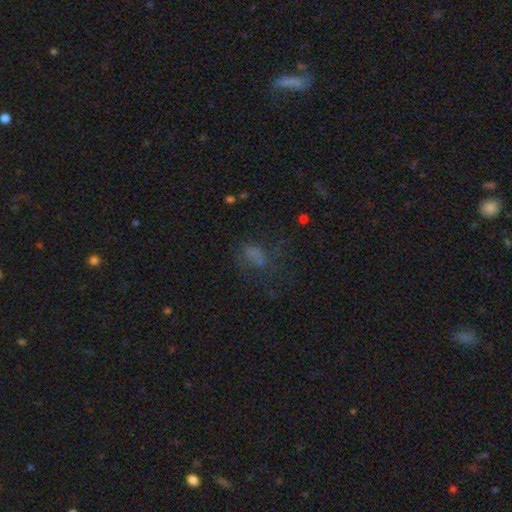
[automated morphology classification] smooth 56%, star or artifact 27%, featured or disk 17%. Down the decision tree: how rounded — in between (71%); merging — none (44%).